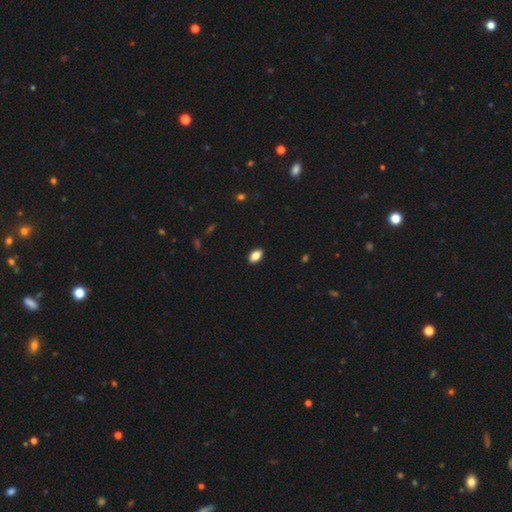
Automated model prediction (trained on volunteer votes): A smooth galaxy with no disk features (85%) that is in between round and cigar-shaped (90%).

Vote fractions:
- Smooth or featured? smooth: 85% / star or artifact: 9% / featured or disk: 7%
- How rounded? in between: 90% / round: 8% / cigar-shaped: 2%
- Merging? none: 90% / minor disturbance: 8% / major disturbance: 2% / merger: 1%